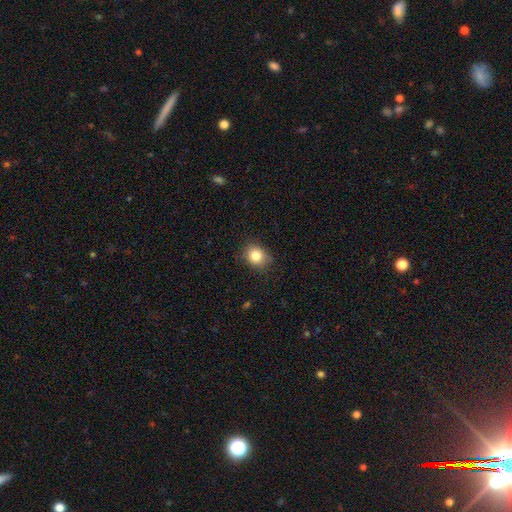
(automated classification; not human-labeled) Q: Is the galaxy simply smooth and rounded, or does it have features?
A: smooth — 83%.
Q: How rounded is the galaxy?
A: round — 65%.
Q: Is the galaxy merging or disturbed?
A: none — 83%.